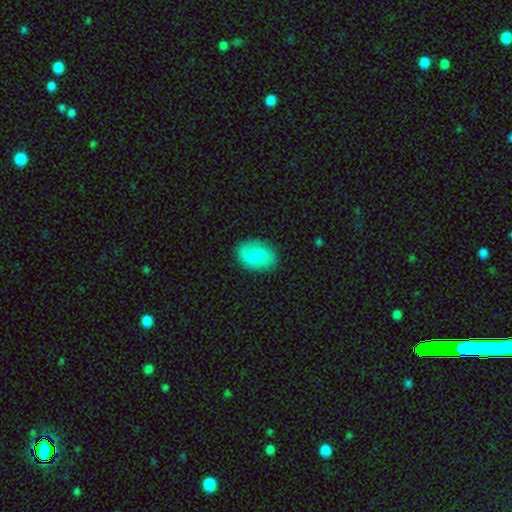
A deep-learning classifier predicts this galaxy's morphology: smooth 67%, featured or disk 26%, star or artifact 7%. Down the decision tree: how rounded — in between (81%); merging — none (75%).